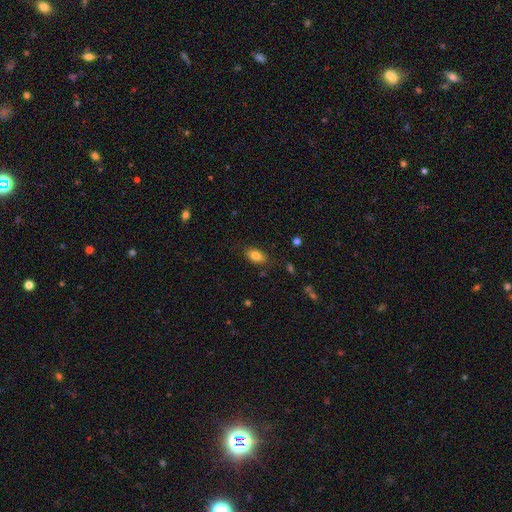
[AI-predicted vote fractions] Overall: smooth (82%). How rounded: in between (90%). Merging: none (83%).